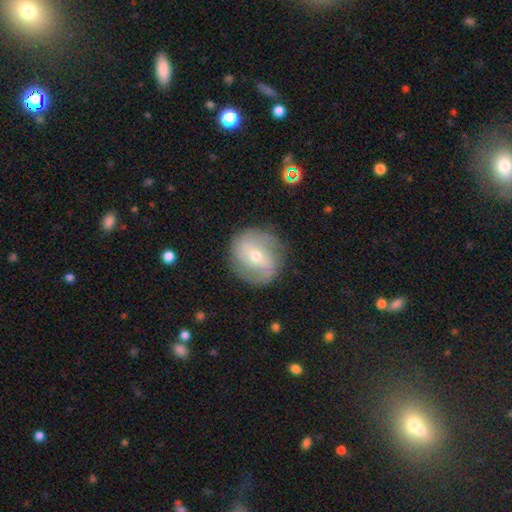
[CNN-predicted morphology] A featured or disk galaxy (71%) with a weak bar (43%), 2 (72%) medium (40%) spiral arms (83%) and a moderate central bulge (48%, tied with small). Merging: none (82%).